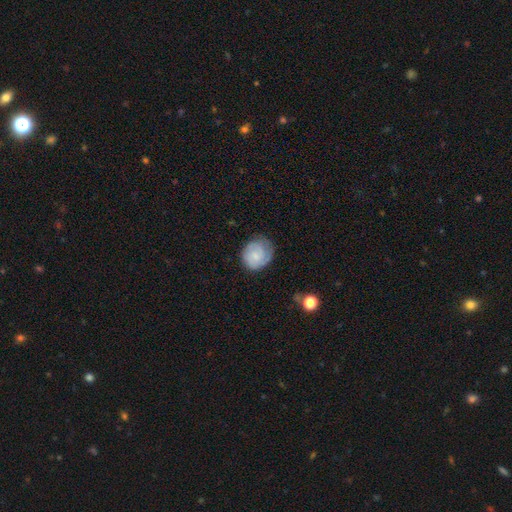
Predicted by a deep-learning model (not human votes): A smooth galaxy with no disk features (52%) that is round (73%).

Vote fractions:
- Smooth or featured? smooth: 52% / featured or disk: 41% / star or artifact: 7%
- How rounded? round: 73% / in between: 26% / cigar-shaped: 1%
- Merging? none: 65% / minor disturbance: 25% / major disturbance: 8% / merger: 1%